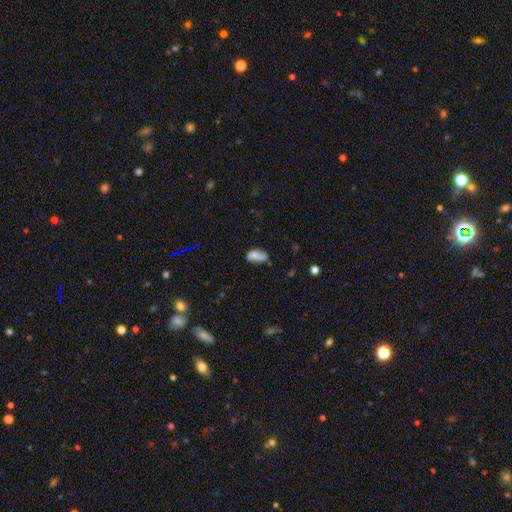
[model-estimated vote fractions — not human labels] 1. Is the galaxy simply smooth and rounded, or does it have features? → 73% smooth, 17% featured or disk, 9% star or artifact.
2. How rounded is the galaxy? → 90% in between, 5% round, 5% cigar-shaped.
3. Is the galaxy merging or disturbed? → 53% none, 28% minor disturbance, 10% merger, 9% major disturbance.